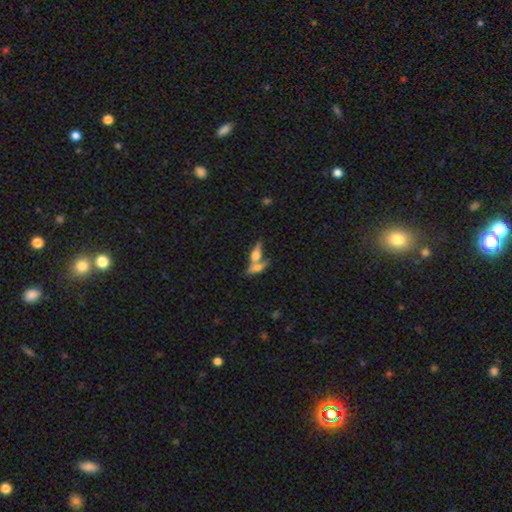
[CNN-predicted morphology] type=smooth (48%); merging=merger (53%).